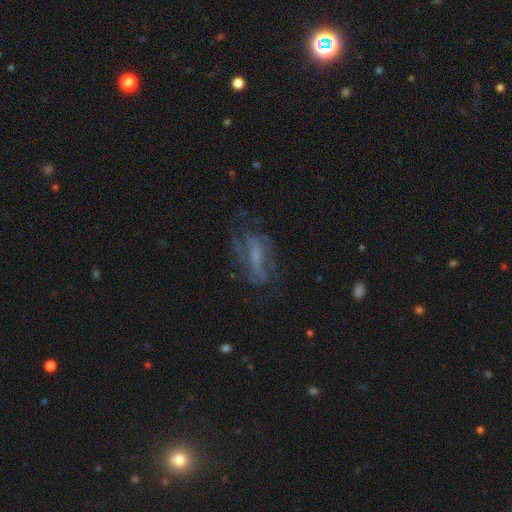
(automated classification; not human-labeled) The model was most divided on "bar": weak: 39%, no: 32%, strong: 29%. Remaining: edge-on disk — no (86%); spiral arms — yes (65%); smooth or featured — featured or disk (63%); merging — none (54%); bulge size — small (44%).